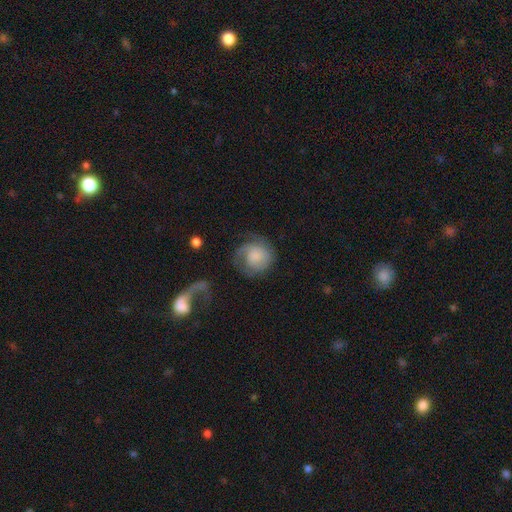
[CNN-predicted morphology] This is possibly a featured or disk galaxy (53%). It is clearly not viewed edge-on (98%). Bar: likely no (74%). Spiral arm pattern: clearly yes (87%). Central bulge: marginally none (27%, tied with small). Merging: possibly none (58%).